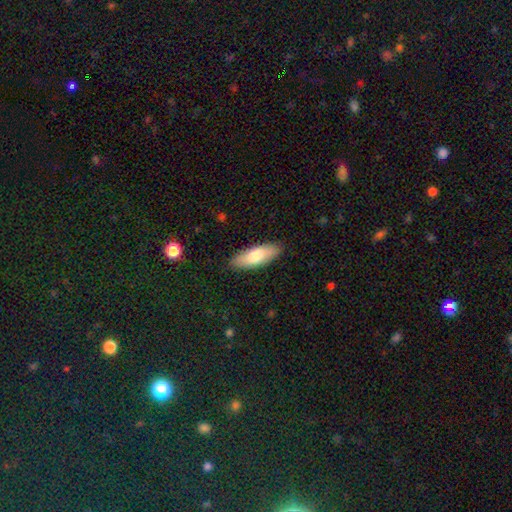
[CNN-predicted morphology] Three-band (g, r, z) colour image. It shows a smooth galaxy with no disk features (74%) that is in between round and cigar-shaped (67%). Merging: none (87%).